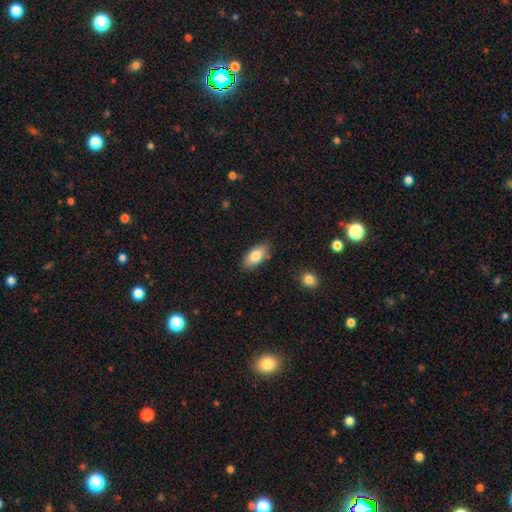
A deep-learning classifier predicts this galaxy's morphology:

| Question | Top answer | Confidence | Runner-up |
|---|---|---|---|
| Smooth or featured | smooth | 81% | featured or disk (12%) |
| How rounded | in between | 91% | cigar-shaped (6%) |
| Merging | none | 85% | minor disturbance (11%) |